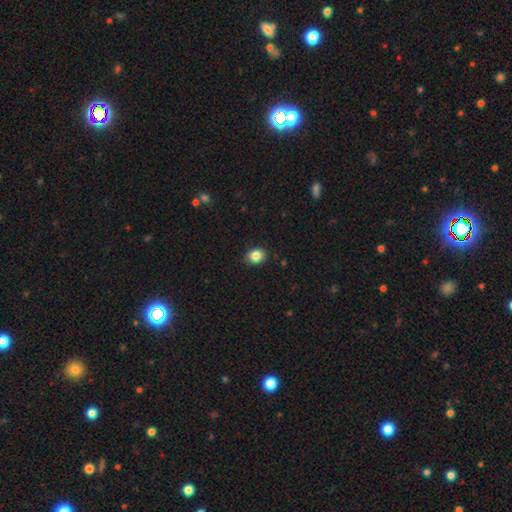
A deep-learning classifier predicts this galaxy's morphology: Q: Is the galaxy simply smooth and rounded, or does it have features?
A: smooth — 86%.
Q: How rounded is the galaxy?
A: round — 51%.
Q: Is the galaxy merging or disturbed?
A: none — 87%.